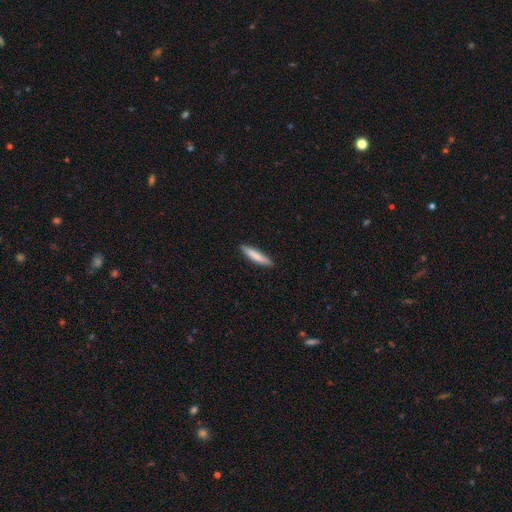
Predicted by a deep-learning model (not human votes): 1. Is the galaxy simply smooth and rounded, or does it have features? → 77% smooth, 17% featured or disk, 5% star or artifact.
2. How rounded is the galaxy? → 88% cigar-shaped, 10% in between, 1% round.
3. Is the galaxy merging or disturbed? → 90% none, 8% minor disturbance, 2% major disturbance, 1% merger.